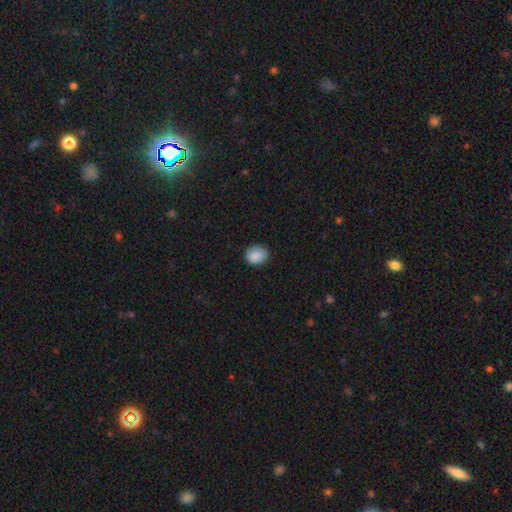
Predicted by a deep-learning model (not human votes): Smooth or featured?
  - smooth: 89% *
  - star or artifact: 8%
  - featured or disk: 4%
How rounded?
  - round: 59% *
  - in between: 40%
  - cigar-shaped: 1%
Merging?
  - none: 84% *
  - minor disturbance: 13%
  - major disturbance: 2%
  - merger: 1%